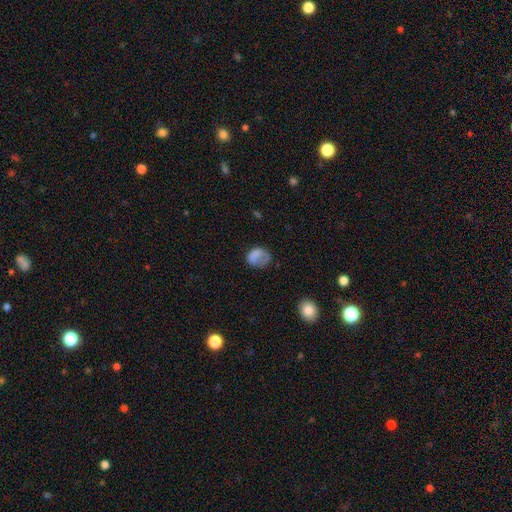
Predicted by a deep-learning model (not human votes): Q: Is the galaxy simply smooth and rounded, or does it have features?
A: smooth — 76%.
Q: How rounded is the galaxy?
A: round — 50%.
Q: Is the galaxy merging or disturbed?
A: none — 43%.